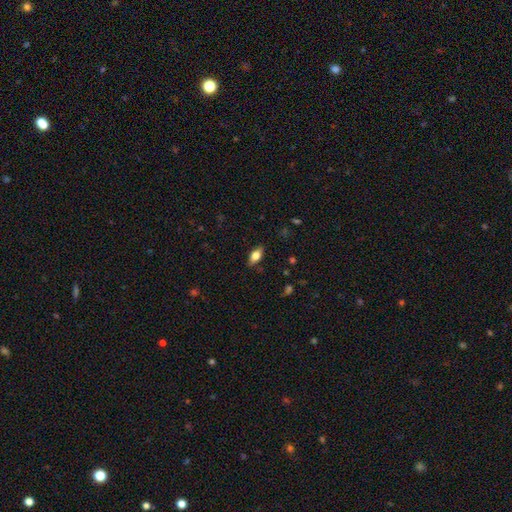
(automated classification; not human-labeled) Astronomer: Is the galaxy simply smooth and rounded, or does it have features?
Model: smooth — 73%.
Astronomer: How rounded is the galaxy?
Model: in between — 86%.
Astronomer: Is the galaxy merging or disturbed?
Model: none — 85%.